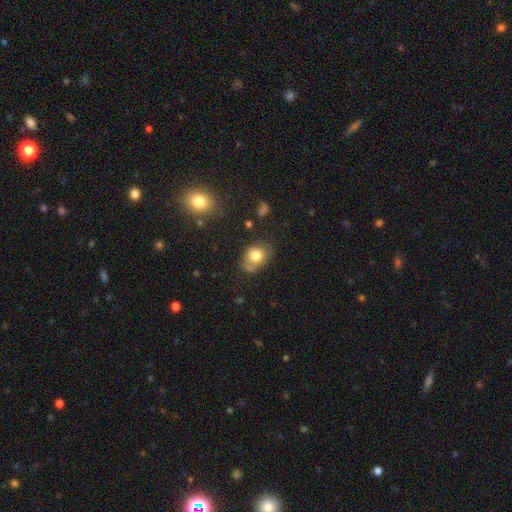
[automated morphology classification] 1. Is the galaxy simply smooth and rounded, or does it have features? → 73% smooth, 17% featured or disk, 10% star or artifact.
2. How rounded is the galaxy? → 58% in between, 41% round, 1% cigar-shaped.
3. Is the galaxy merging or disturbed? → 49% none, 27% minor disturbance, 14% merger, 11% major disturbance.